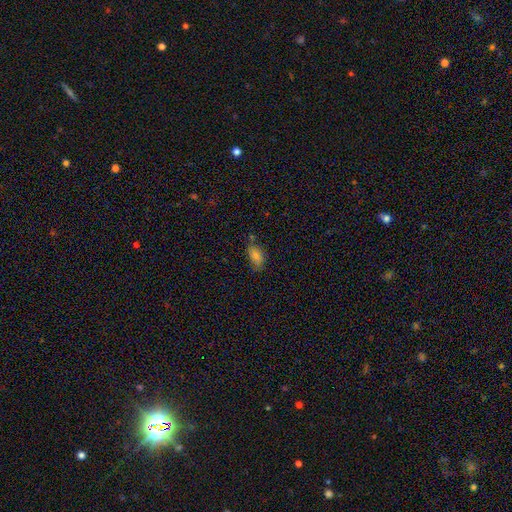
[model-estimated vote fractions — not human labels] smooth-or-featured: smooth: 76% | star or artifact: 12% | featured or disk: 12%
  how-rounded: in between: 88% | round: 7% | cigar-shaped: 5%
  merging: none: 60% | minor disturbance: 27% | major disturbance: 7% | merger: 5%